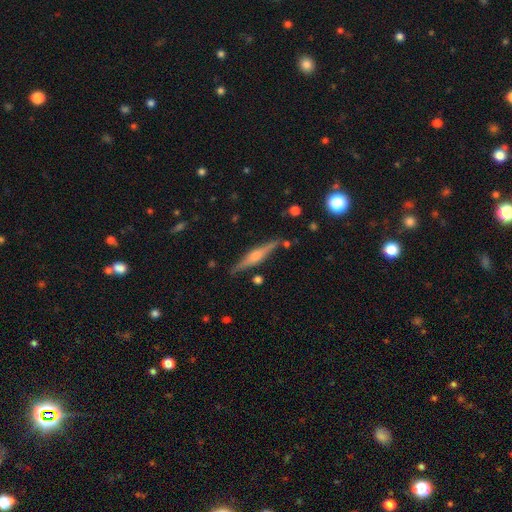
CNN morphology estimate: Smooth or featured? featured or disk (70%)
Edge-on disk? yes (97%)
Edge-on bulge? rounded (77%)
Merging? none (85%)